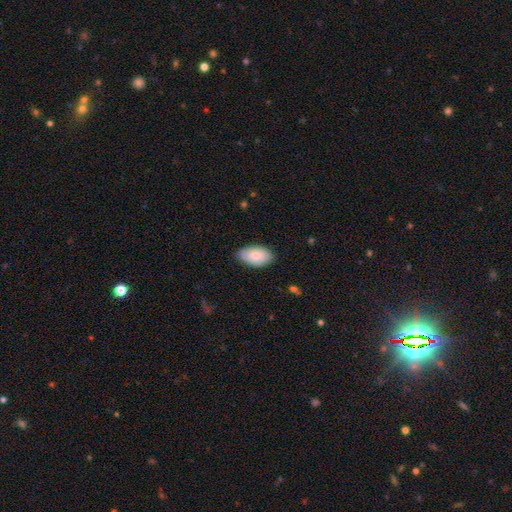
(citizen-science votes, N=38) Q: Smooth or featured?
A: smooth (84%); runner-up: featured or disk (16%)
Q: How rounded?
A: in between (97%); runner-up: cigar-shaped (3%)
Q: Merging?
A: none (76%); runner-up: minor disturbance (18%)